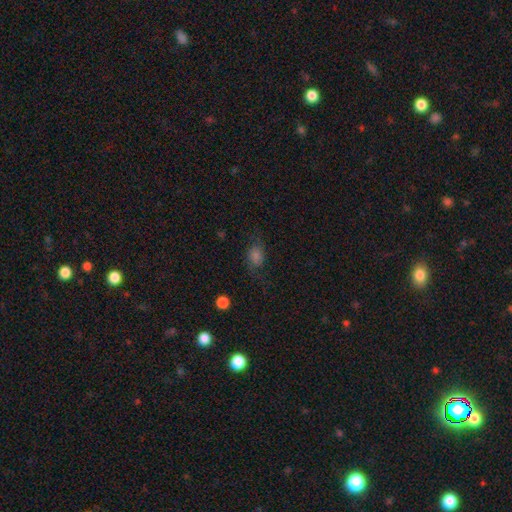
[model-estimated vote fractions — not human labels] Q: Smooth or featured?
A: smooth (60%); runner-up: featured or disk (23%)
Q: How rounded?
A: in between (66%); runner-up: round (32%)
Q: Merging?
A: none (63%); runner-up: minor disturbance (22%)